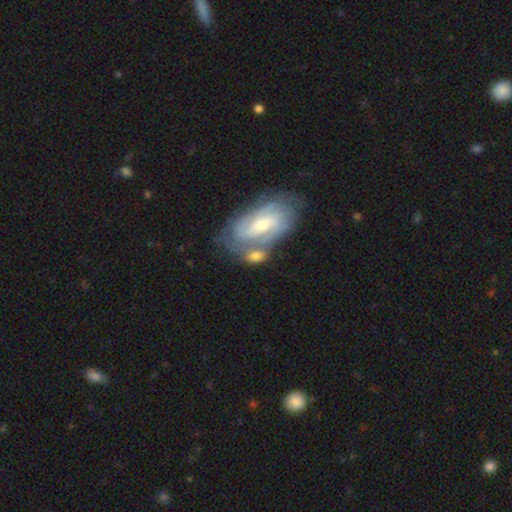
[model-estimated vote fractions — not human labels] smooth_or_featured: featured or disk (p=0.57) [alt: smooth p=0.36]
disk_edge_on: no (p=0.92) [alt: yes p=0.08]
bar: no (p=0.56) [alt: weak p=0.33]
has_spiral_arms: yes (p=0.76) [alt: no p=0.24]
bulge_size: small (p=0.48) [alt: moderate p=0.41]
merging: none (p=0.38) [tied with: merger p=0.38]